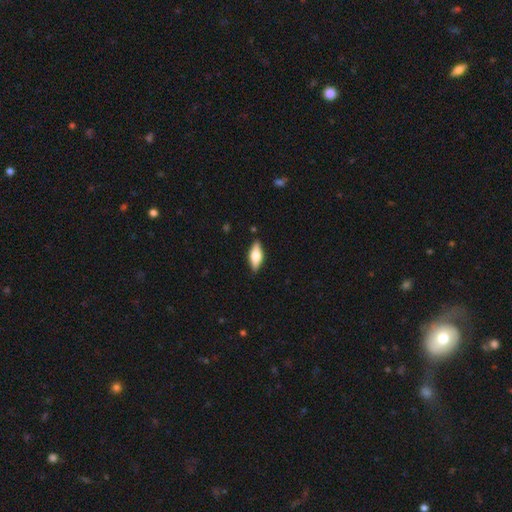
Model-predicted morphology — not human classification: The model was most divided on "smooth or featured": smooth: 50%, featured or disk: 43%, star or artifact: 6%. More confident: merging — none (86%); how rounded — in between (72%).